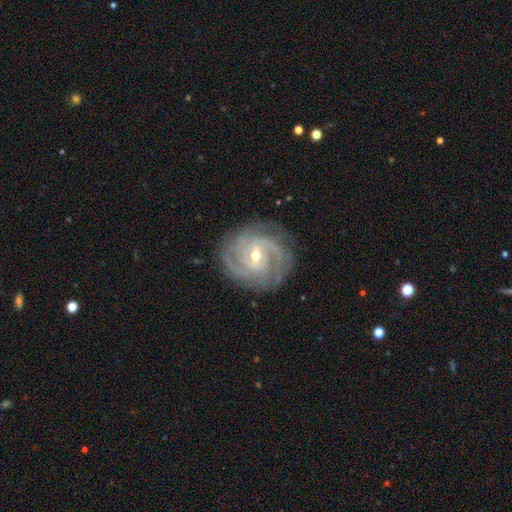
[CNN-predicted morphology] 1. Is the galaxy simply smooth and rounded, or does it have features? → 91% featured or disk, 5% star or artifact, 4% smooth.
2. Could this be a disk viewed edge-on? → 97% no, 3% yes.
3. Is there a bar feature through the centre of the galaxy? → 50% weak, 26% no, 24% strong.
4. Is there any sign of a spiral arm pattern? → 98% yes, 2% no.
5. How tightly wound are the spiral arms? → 73% tight, 24% medium, 3% loose.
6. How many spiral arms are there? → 34% 3, 20% 4, 19% 2, 15% can't tell, 7% more than 4, 6% 1.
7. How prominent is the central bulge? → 51% small, 46% moderate, 1% large, 1% none, 1% dominant.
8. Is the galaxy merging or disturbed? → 82% none, 13% minor disturbance, 4% major disturbance, 1% merger.